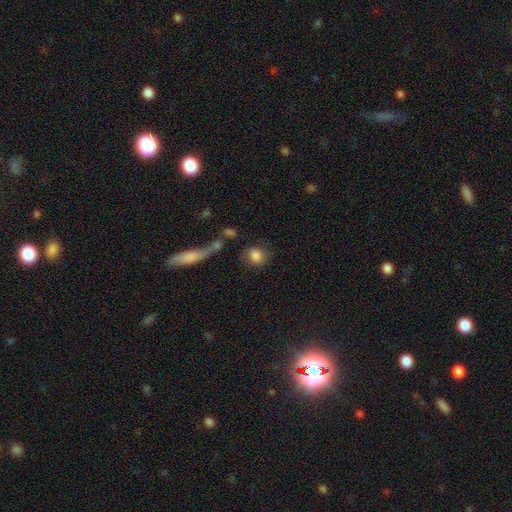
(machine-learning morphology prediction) This is clearly a smooth galaxy (80%). How rounded: likely round (71%). Merging: likely none (63%).